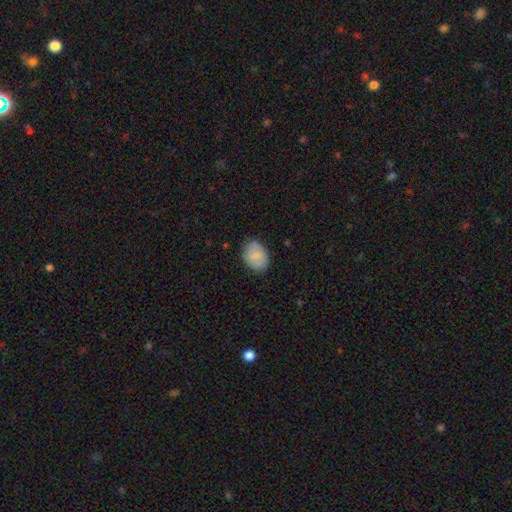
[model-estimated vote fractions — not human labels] smooth_or_featured: smooth (p=0.77) [alt: featured or disk p=0.16]
how_rounded: in between (p=0.73) [alt: round p=0.26]
merging: none (p=0.79) [alt: minor disturbance p=0.17]